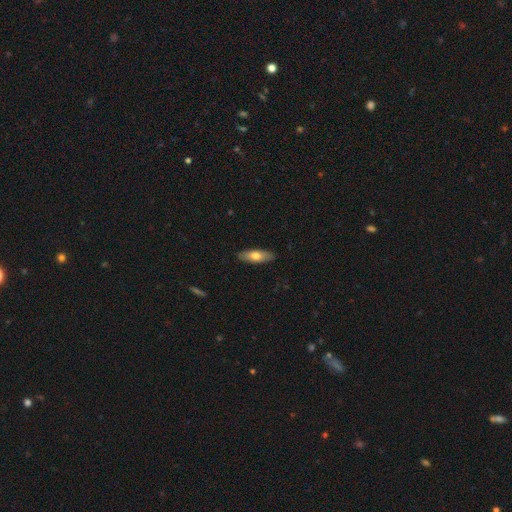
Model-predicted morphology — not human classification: Q: Smooth or featured?
A: smooth (68%); runner-up: featured or disk (26%)
Q: How rounded?
A: in between (62%); runner-up: cigar-shaped (36%)
Q: Merging?
A: none (89%); runner-up: minor disturbance (9%)